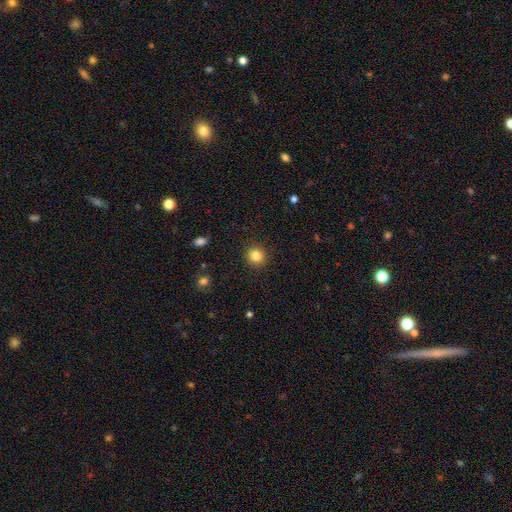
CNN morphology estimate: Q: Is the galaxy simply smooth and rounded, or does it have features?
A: smooth — 83%.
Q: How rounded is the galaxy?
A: round — 93%.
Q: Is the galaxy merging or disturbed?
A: none — 92%.